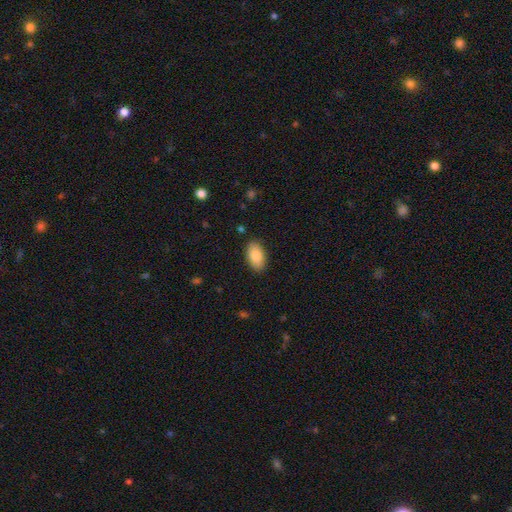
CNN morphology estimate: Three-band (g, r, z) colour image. It shows a smooth galaxy with no disk features (84%) that is in between round and cigar-shaped (94%). Merging: none (87%).